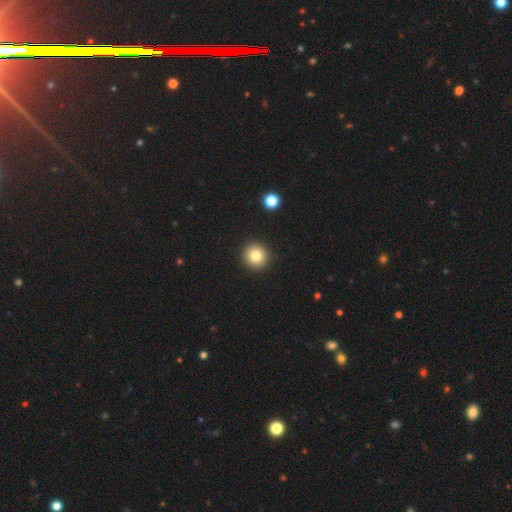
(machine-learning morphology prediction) type=smooth (81%); roundness=round (94%); merging=none (92%).